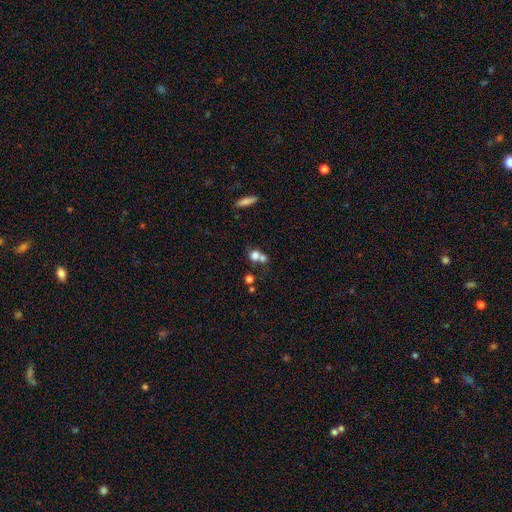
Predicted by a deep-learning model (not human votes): A smooth galaxy with no disk features (73%) that is round (72%).

Vote fractions:
- Smooth or featured? smooth: 73% / featured or disk: 14% / star or artifact: 13%
- How rounded? round: 72% / in between: 25% / cigar-shaped: 2%
- Merging? merger: 53% / none: 35% / minor disturbance: 7% / major disturbance: 5%